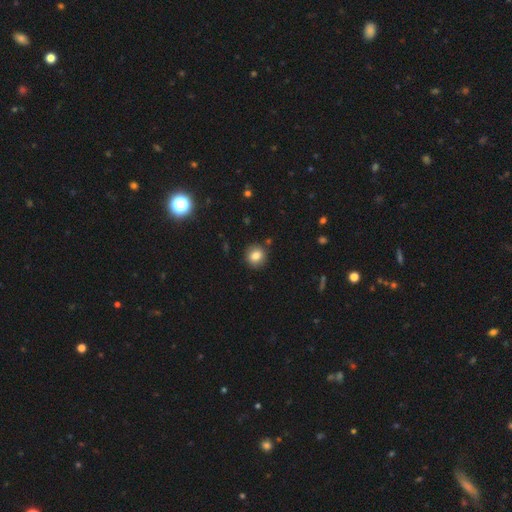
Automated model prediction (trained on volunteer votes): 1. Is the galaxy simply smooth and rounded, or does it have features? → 81% smooth, 11% star or artifact, 8% featured or disk.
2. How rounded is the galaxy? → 87% round, 12% in between, 1% cigar-shaped.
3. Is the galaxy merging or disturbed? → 89% none, 7% minor disturbance, 2% merger, 2% major disturbance.